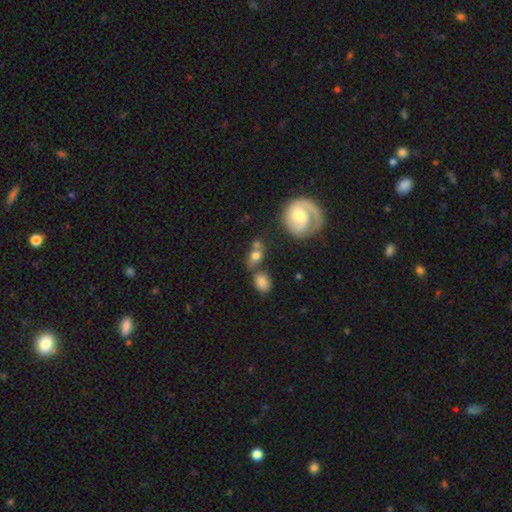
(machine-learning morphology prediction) The model was most divided on "how rounded": in between: 57%, round: 38%, cigar-shaped: 4%. Remaining: smooth or featured — smooth (60%); merging — none (48%).